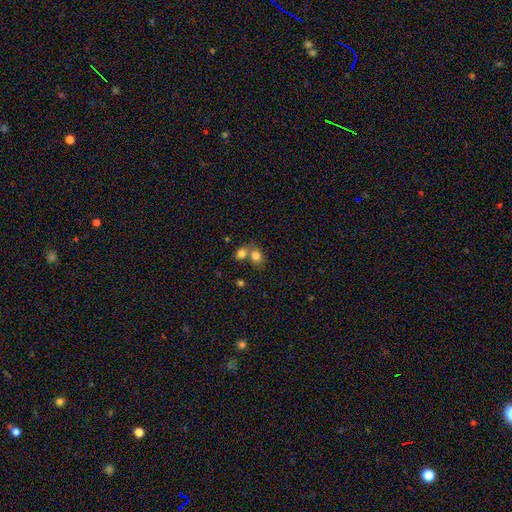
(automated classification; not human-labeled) A smooth galaxy with no disk features (80%) that is round (67%). Merging: merger (50%).